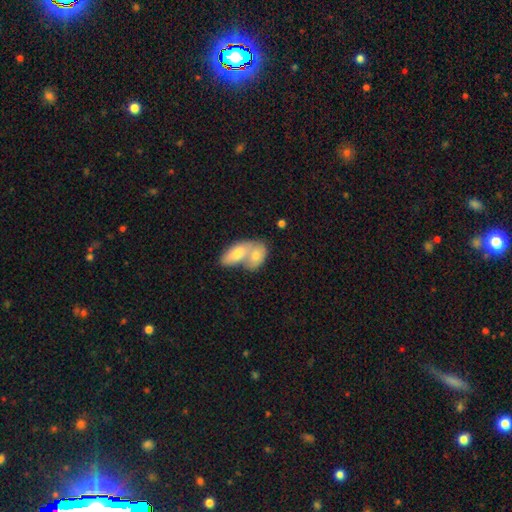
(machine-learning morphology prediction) Smooth or featured?
  - smooth: 71% *
  - featured or disk: 23%
  - star or artifact: 6%
How rounded?
  - in between: 83% *
  - round: 12%
  - cigar-shaped: 5%
Merging?
  - merger: 78% *
  - none: 15%
  - minor disturbance: 5%
  - major disturbance: 3%